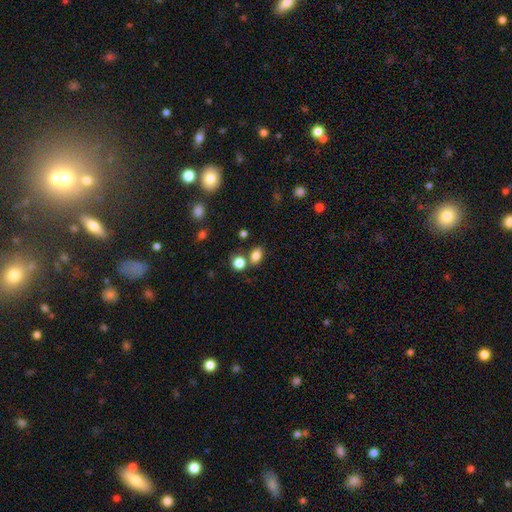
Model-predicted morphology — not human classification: smooth-or-featured: smooth: 82% | star or artifact: 12% | featured or disk: 6%
  how-rounded: in between: 70% | round: 28% | cigar-shaped: 2%
  merging: none: 65% | merger: 19% | minor disturbance: 12% | major disturbance: 4%